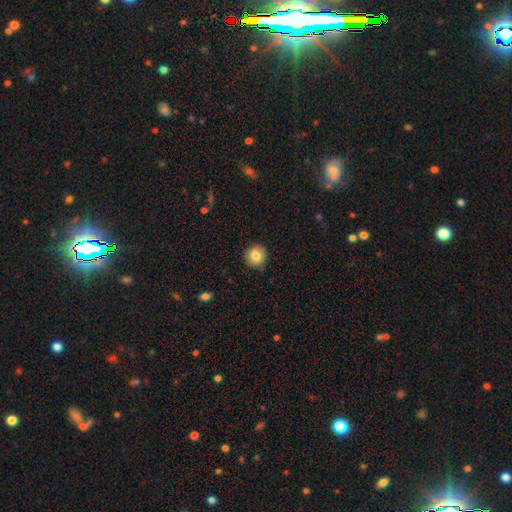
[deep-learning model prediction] Smooth or featured? smooth (83%)
How rounded? round (93%)
Merging? none (90%)